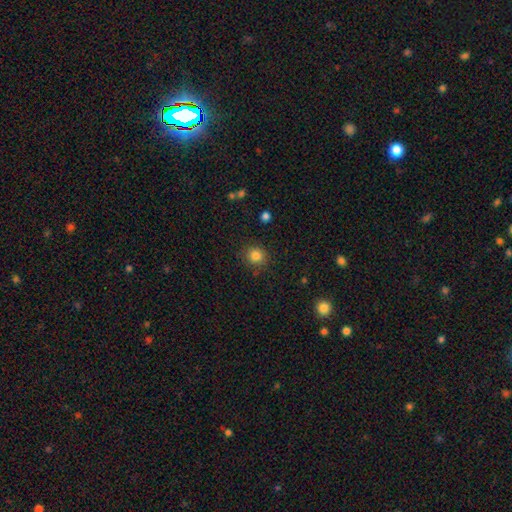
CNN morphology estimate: The model was most divided on "smooth or featured": smooth: 83%, star or artifact: 12%, featured or disk: 5%. More confident: how rounded — round (88%); merging — none (86%).